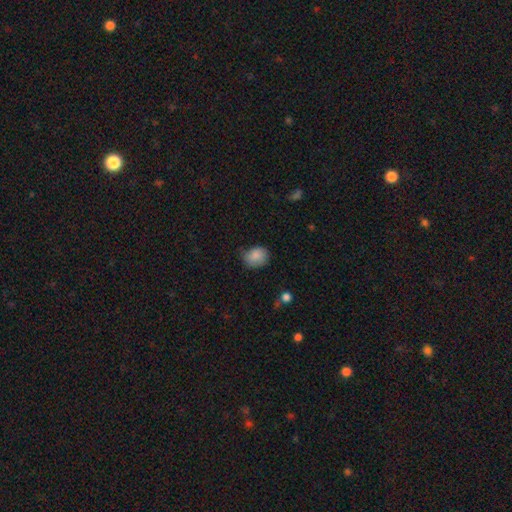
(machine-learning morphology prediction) This appears to be a smooth galaxy with no disk features (86%) that is round (55%). Merging: none (62%).